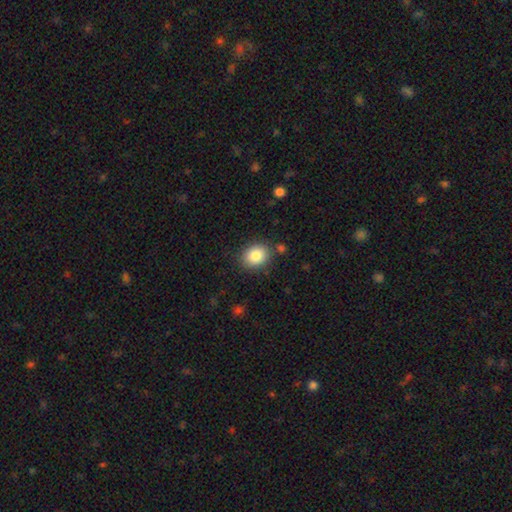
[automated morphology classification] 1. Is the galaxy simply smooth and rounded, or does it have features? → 84% smooth, 9% star or artifact, 7% featured or disk.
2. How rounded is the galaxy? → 57% round, 43% in between, 1% cigar-shaped.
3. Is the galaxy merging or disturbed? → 84% none, 10% minor disturbance, 3% merger, 3% major disturbance.